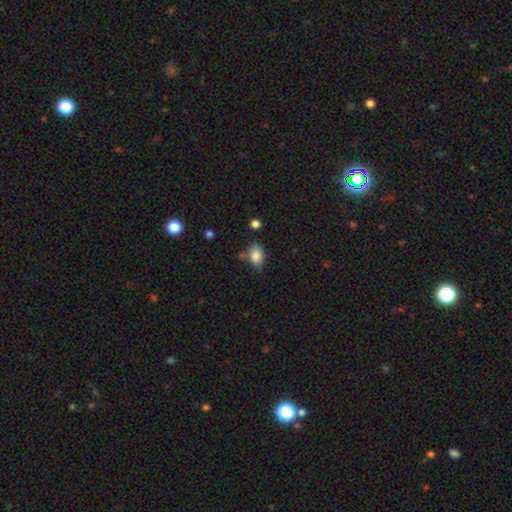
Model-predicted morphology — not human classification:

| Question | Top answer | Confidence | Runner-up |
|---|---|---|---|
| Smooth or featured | smooth | 84% | star or artifact (9%) |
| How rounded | in between | 80% | round (19%) |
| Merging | none | 63% | minor disturbance (23%) |